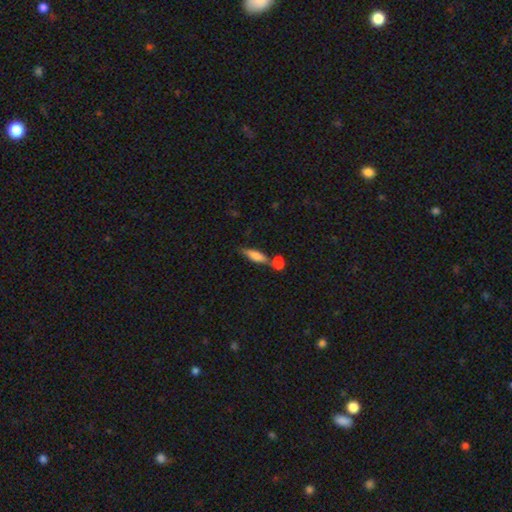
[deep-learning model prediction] smooth_or_featured: smooth (p=0.76) [alt: featured or disk p=0.17]
how_rounded: cigar-shaped (p=0.48) [tied with: in between p=0.48]
merging: none (p=0.50) [alt: merger p=0.34]